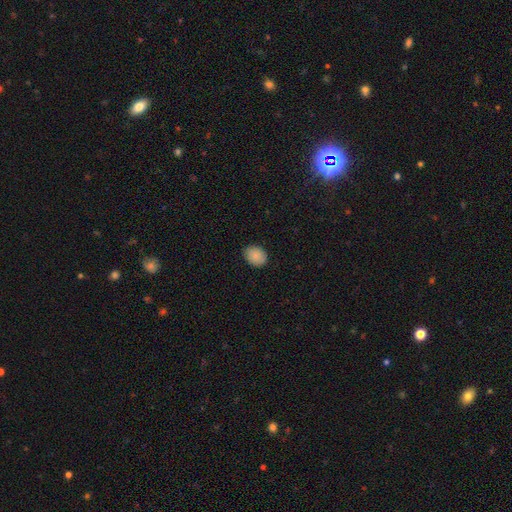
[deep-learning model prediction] Smooth or featured? Predicted: smooth (p=0.88). How rounded? Predicted: in between (p=0.54). Merging? Predicted: none (p=0.86).